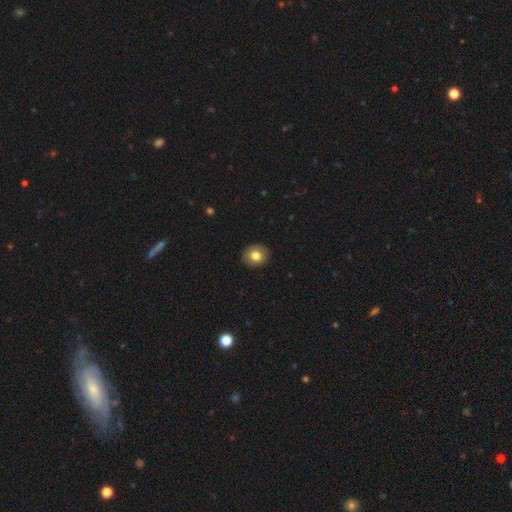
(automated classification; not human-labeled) Smooth or featured?
  - smooth: 78% *
  - featured or disk: 13%
  - star or artifact: 9%
How rounded?
  - round: 78% *
  - in between: 21%
  - cigar-shaped: 1%
Merging?
  - none: 90% *
  - minor disturbance: 7%
  - major disturbance: 2%
  - merger: 1%